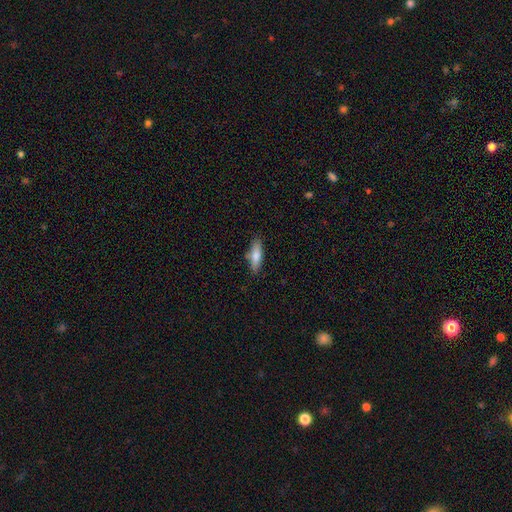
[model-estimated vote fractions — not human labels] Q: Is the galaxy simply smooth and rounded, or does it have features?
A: smooth — 75%.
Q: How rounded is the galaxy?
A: cigar-shaped — 55%.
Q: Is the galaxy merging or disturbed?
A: none — 80%.